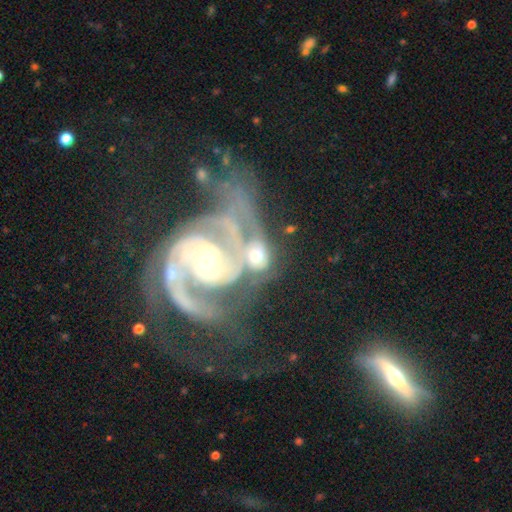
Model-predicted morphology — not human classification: type=featured or disk (61%); edge-on=no (95%); bar=no (50%); spiral arms=yes (75%); bulge=moderate (60%); merging=merger (66%).